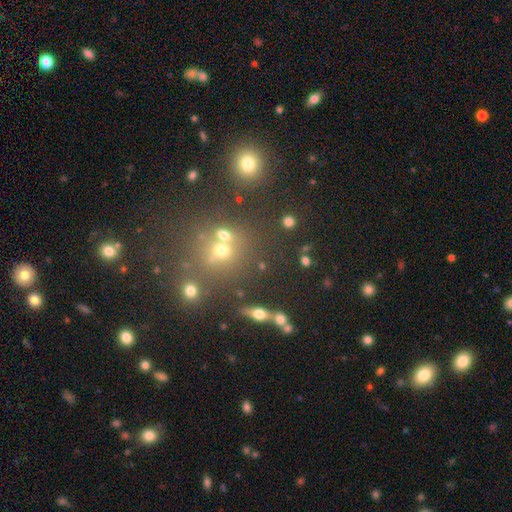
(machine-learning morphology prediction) Q: Smooth or featured?
A: star or artifact (48%); runner-up: smooth (41%)